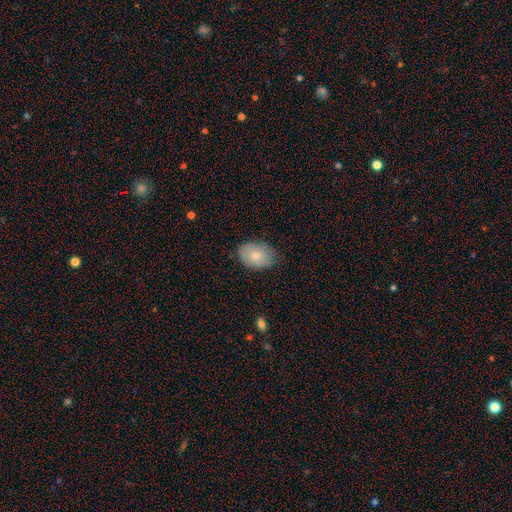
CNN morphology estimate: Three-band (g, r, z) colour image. It shows a smooth galaxy with no disk features (75%) that is in between round and cigar-shaped (81%). Merging: none (76%).